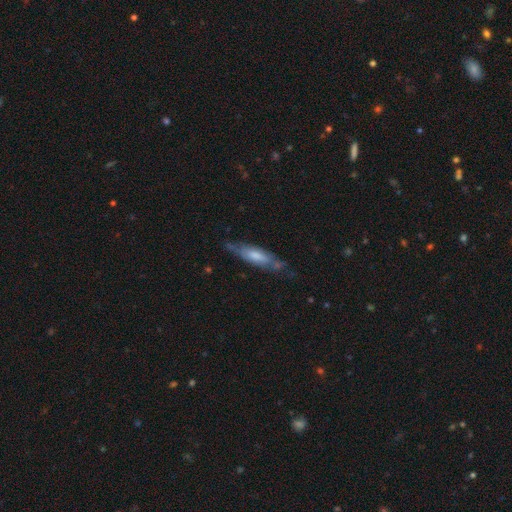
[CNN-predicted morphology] Overall: smooth (50%; featured or disk 44%). How rounded: cigar-shaped (62%; in between 36%). Merging: none (61%; minor disturbance 26%).